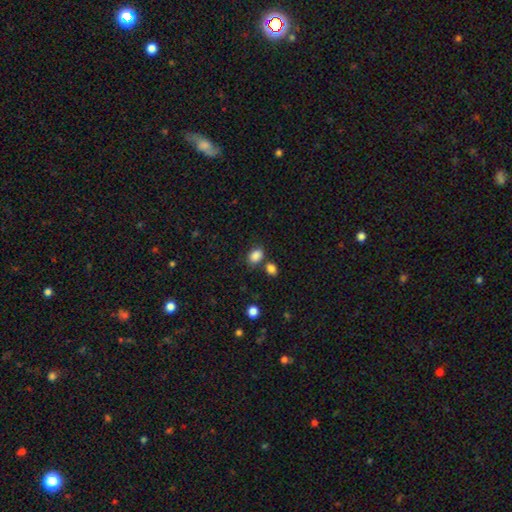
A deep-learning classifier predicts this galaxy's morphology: This appears to be a smooth galaxy with no disk features (86%) that is in between round and cigar-shaped (74%). Merging: none (66%).